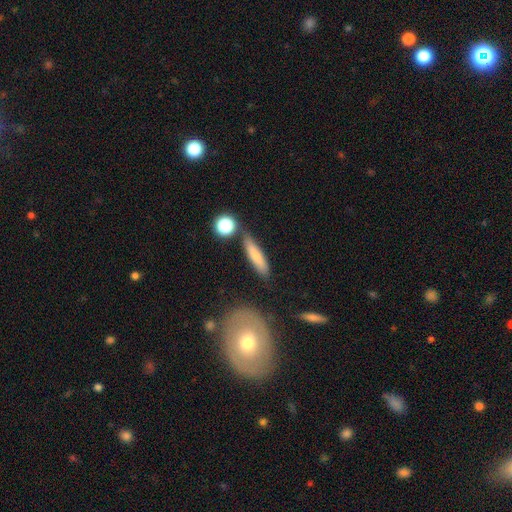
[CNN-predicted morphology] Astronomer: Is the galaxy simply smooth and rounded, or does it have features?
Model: smooth — 72%.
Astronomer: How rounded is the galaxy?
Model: cigar-shaped — 77%.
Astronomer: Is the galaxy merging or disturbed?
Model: none — 75%.